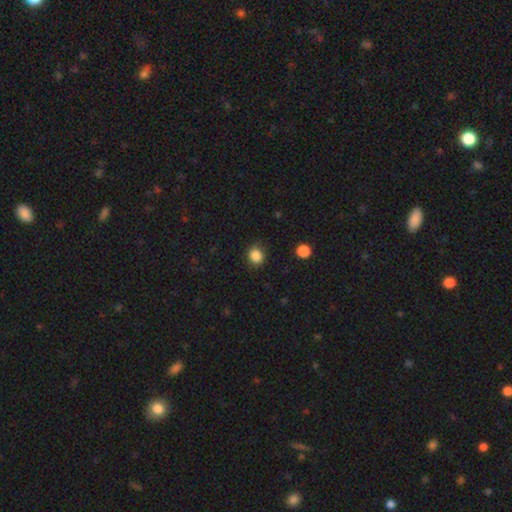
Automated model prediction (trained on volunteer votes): This is clearly a smooth galaxy (86%). How rounded: likely round (77%). Merging: clearly none (86%).